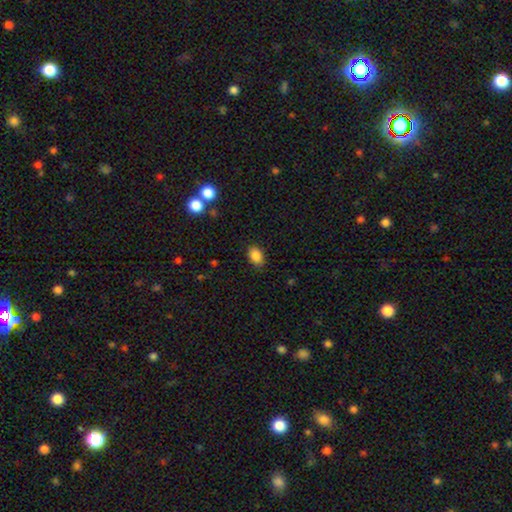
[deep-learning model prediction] smooth 87%, star or artifact 9%, featured or disk 4%. Down the decision tree: how rounded — in between (84%); merging — none (82%).